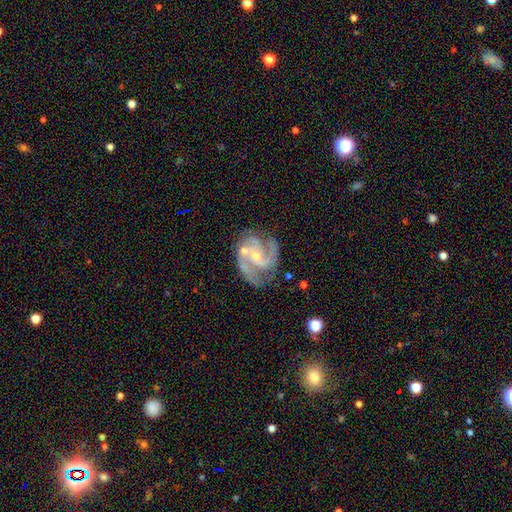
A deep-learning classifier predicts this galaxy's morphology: type=featured or disk (90%); edge-on=no (98%); bar=no (51%); spiral arms=yes (98%); winding=medium (55%); arm count=2 (52%); bulge=small (68%); merging=none (58%).